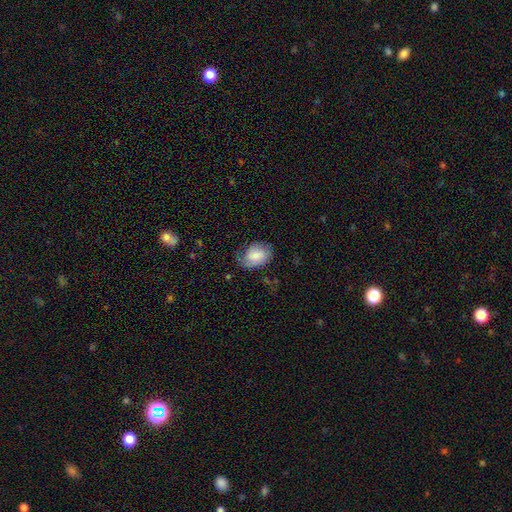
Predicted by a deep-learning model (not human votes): This appears to be a smooth galaxy with no disk features (71%) that is in between round and cigar-shaped (77%). Merging: none (56%).